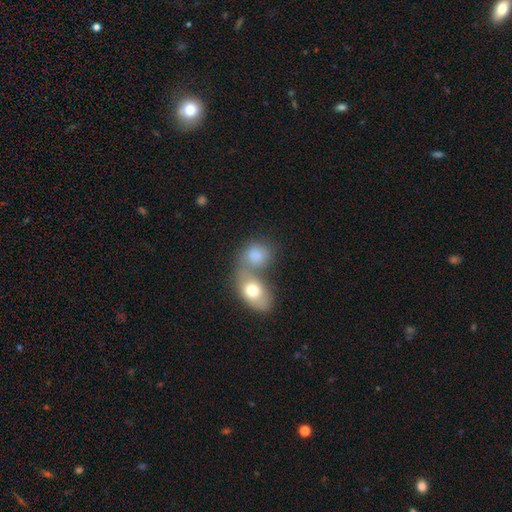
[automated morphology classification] This appears to be a smooth galaxy with no disk features (78%) that is in between round and cigar-shaped (53%). Merging: merger (63%).